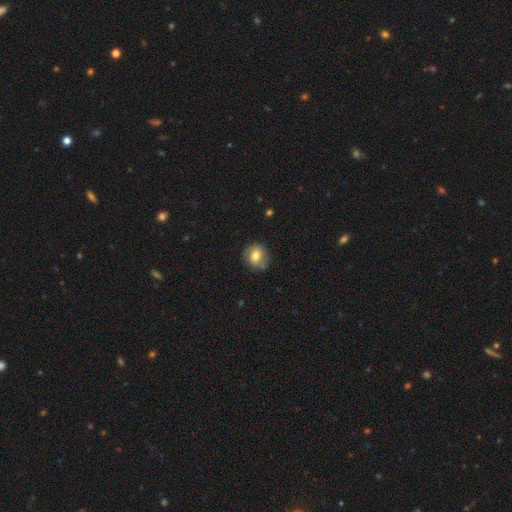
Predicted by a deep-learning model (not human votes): A smooth galaxy with no disk features (69%) that is round (76%). Merging: none (77%).